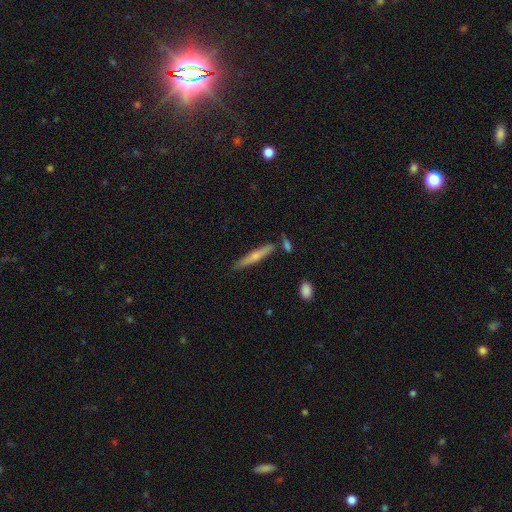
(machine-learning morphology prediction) This is possibly a featured or disk galaxy (47%, tied with smooth). Merging: likely none (79%).